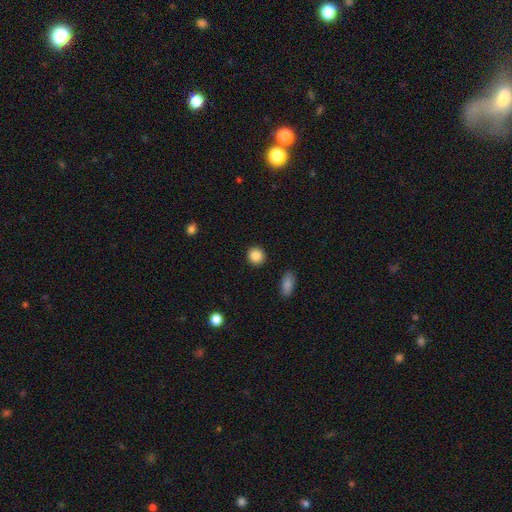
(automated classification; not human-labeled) A smooth galaxy with no disk features (88%) that is round (88%).

Vote fractions:
- Smooth or featured? smooth: 88% / star or artifact: 8% / featured or disk: 4%
- How rounded? round: 88% / in between: 11% / cigar-shaped: 1%
- Merging? none: 91% / minor disturbance: 5% / major disturbance: 2% / merger: 2%